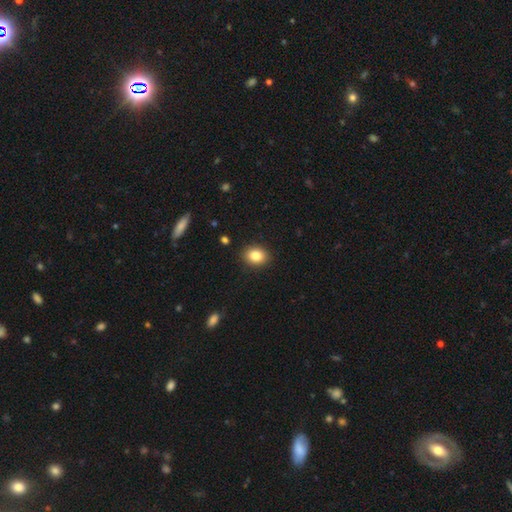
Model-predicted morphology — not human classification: A smooth galaxy with no disk features (85%) that is in between round and cigar-shaped (56%). Merging: none (90%).